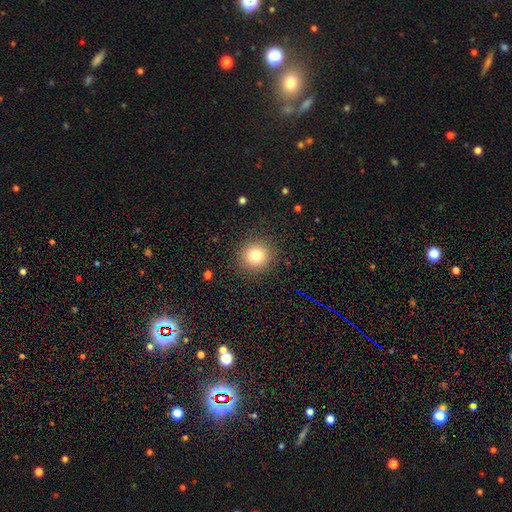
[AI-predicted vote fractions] Smooth or featured?
  - smooth: 78% *
  - star or artifact: 13%
  - featured or disk: 9%
How rounded?
  - round: 93% *
  - in between: 6%
  - cigar-shaped: 1%
Merging?
  - none: 90% *
  - minor disturbance: 6%
  - major disturbance: 3%
  - merger: 1%